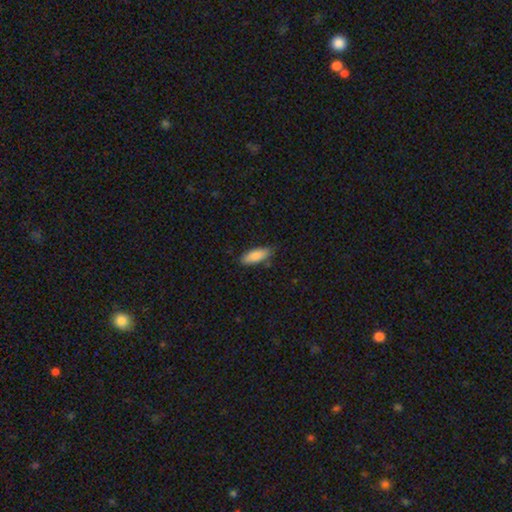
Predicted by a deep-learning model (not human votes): smooth-or-featured: smooth: 85% | featured or disk: 9% | star or artifact: 6%
  how-rounded: in between: 67% | cigar-shaped: 32% | round: 2%
  merging: none: 78% | minor disturbance: 18% | major disturbance: 3% | merger: 2%